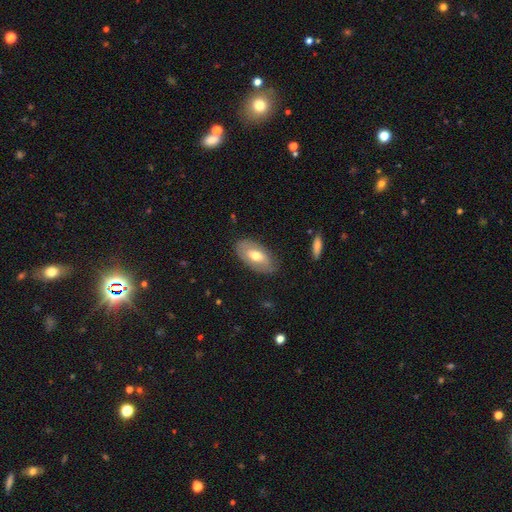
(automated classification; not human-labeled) smooth 56%, featured or disk 38%, star or artifact 6%. Down the decision tree: how rounded — in between (93%); merging — none (81%).